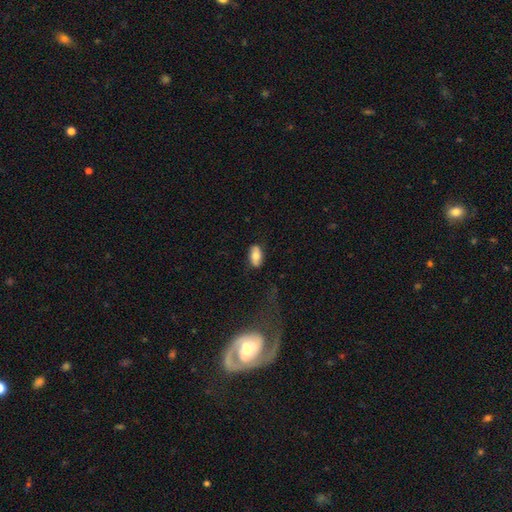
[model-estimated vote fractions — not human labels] smooth_or_featured: smooth (p=0.70) [alt: featured or disk p=0.22]
how_rounded: in between (p=0.92) [alt: cigar-shaped p=0.04]
merging: none (p=0.79) [alt: minor disturbance p=0.16]